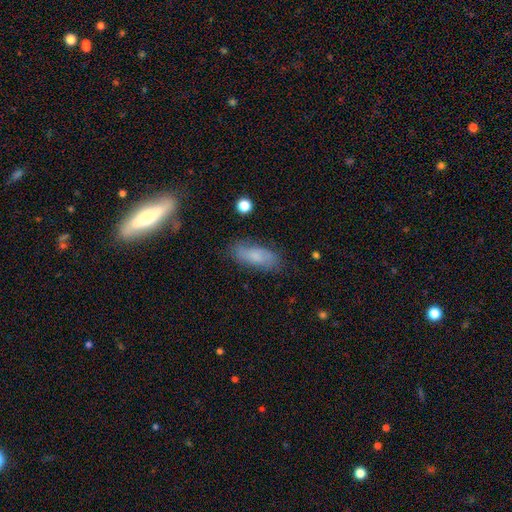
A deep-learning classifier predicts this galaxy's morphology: type=smooth (69%); roundness=in between (74%); merging=none (76%).